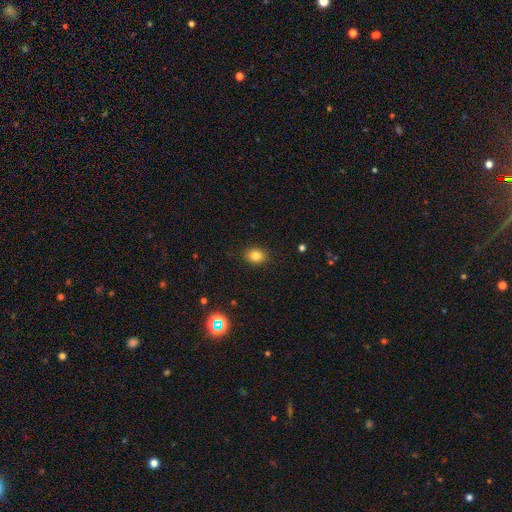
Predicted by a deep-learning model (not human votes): A smooth galaxy with no disk features (82%) that is in between round and cigar-shaped (54%). Merging: none (88%).